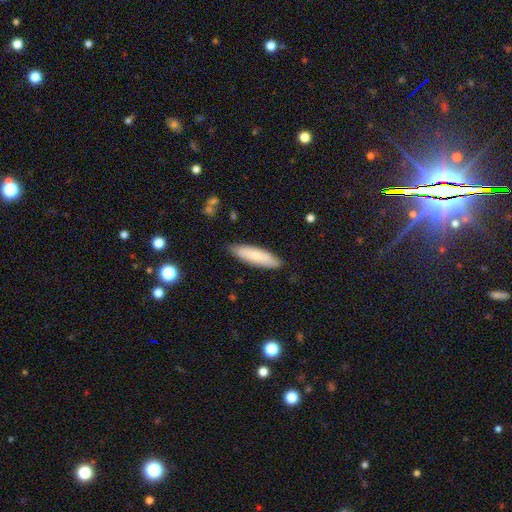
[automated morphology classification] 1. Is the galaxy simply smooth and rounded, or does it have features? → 75% smooth, 19% featured or disk, 6% star or artifact.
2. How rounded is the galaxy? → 64% cigar-shaped, 35% in between, 1% round.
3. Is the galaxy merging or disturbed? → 85% none, 11% minor disturbance, 2% major disturbance, 1% merger.